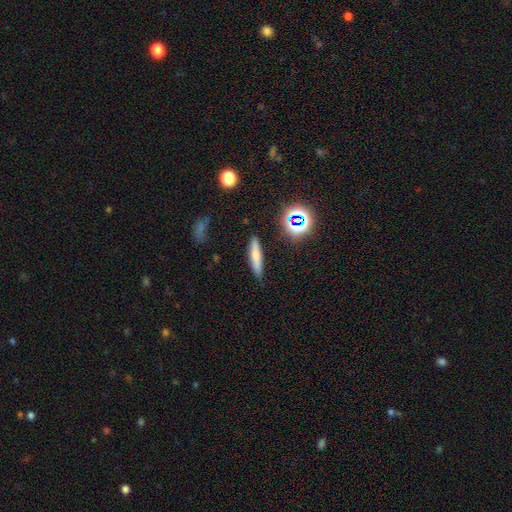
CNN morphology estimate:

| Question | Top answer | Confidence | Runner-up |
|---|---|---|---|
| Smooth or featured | smooth | 64% | featured or disk (25%) |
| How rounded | cigar-shaped | 86% | in between (11%) |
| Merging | none | 87% | minor disturbance (9%) |